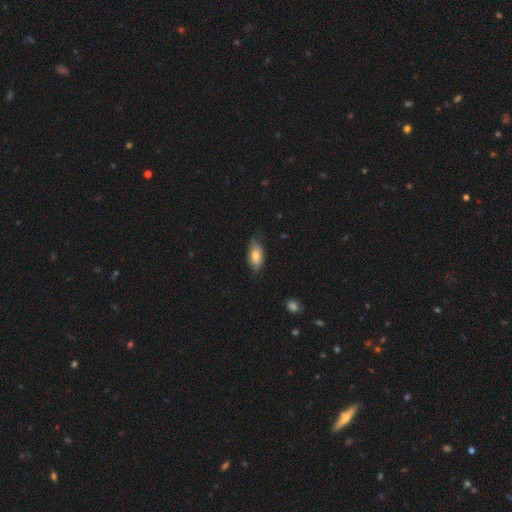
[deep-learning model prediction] Q: Smooth or featured?
A: smooth (75%); runner-up: featured or disk (18%)
Q: How rounded?
A: in between (90%); runner-up: cigar-shaped (6%)
Q: Merging?
A: none (72%); runner-up: minor disturbance (23%)